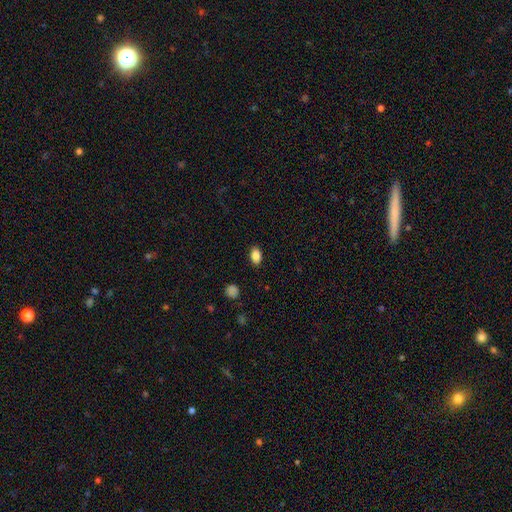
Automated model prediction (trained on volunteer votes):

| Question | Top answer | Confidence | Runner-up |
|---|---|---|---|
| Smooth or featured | smooth | 86% | star or artifact (9%) |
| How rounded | in between | 86% | round (11%) |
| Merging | none | 87% | minor disturbance (9%) |